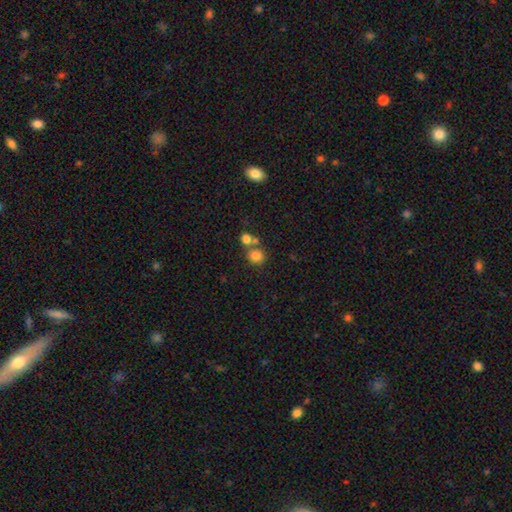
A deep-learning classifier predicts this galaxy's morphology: This is likely a smooth galaxy (79%). How rounded: clearly round (84%). Merging: possibly none (55%).